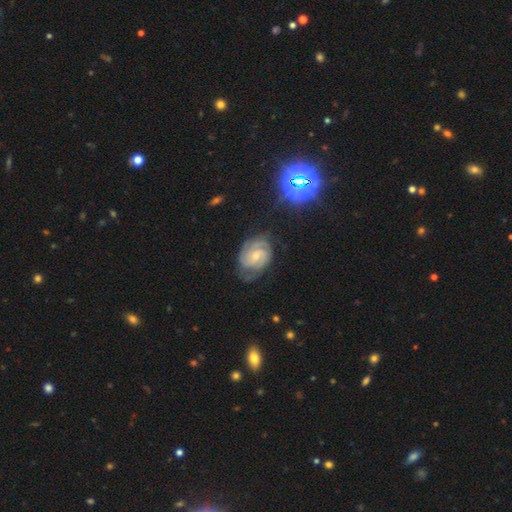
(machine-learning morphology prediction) The model was most divided on "bar": no: 49%, weak: 44%, strong: 7%. Remaining: edge-on disk — no (97%); spiral arms — yes (95%); smooth or featured — featured or disk (78%); merging — none (66%); bulge size — small (60%); spiral winding — tight (57%); spiral arm count — 2 (49%).